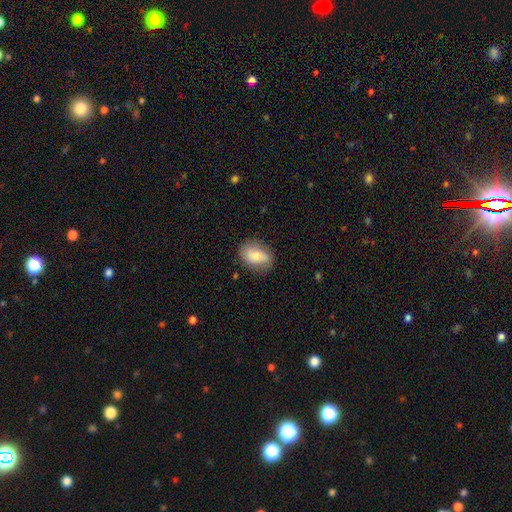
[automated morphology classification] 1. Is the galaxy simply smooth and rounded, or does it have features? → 73% smooth, 20% featured or disk, 7% star or artifact.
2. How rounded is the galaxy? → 76% in between, 22% round, 2% cigar-shaped.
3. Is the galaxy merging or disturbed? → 76% none, 18% minor disturbance, 5% major disturbance, 1% merger.